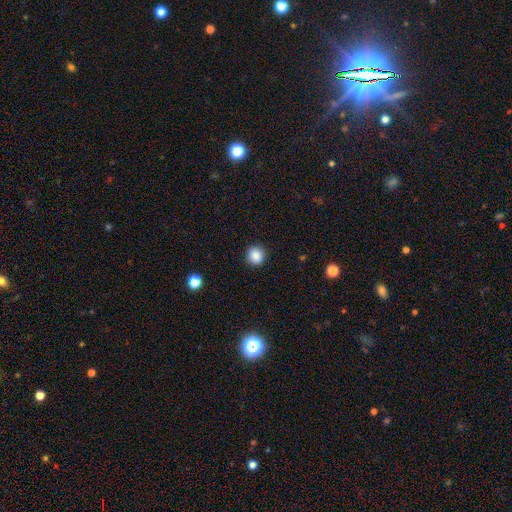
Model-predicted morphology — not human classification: A smooth galaxy with no disk features (87%) that is round (92%).

Vote fractions:
- Smooth or featured? smooth: 87% / star or artifact: 10% / featured or disk: 3%
- How rounded? round: 92% / in between: 7% / cigar-shaped: 1%
- Merging? none: 91% / minor disturbance: 6% / major disturbance: 2% / merger: 1%